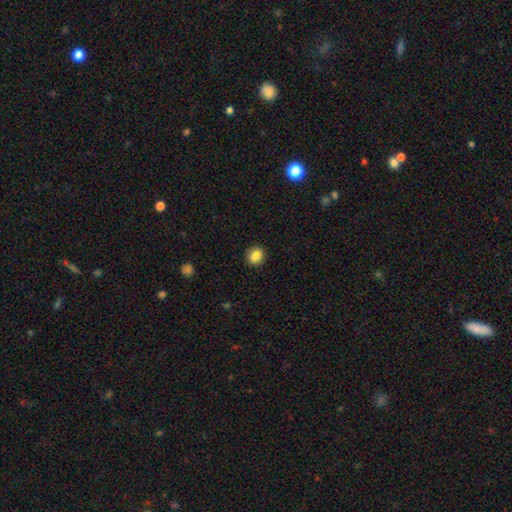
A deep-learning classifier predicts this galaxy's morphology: Overall: smooth (85%). How rounded: round (76%). Merging: none (91%).